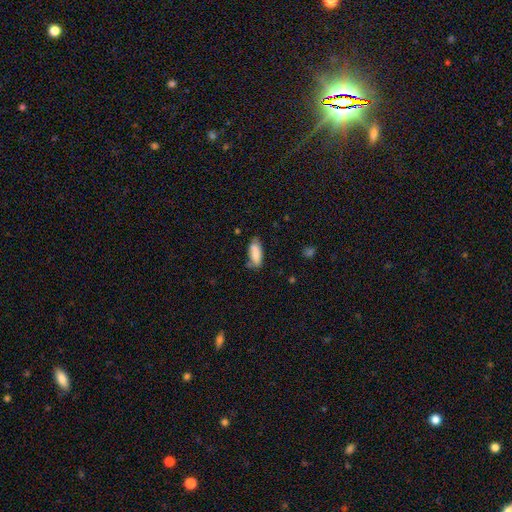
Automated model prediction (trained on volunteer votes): Morphology: type=smooth (83%); roundness=in between (77%); merging=none (65%).